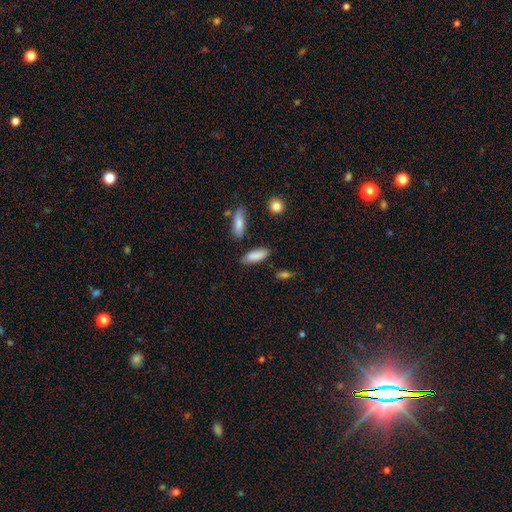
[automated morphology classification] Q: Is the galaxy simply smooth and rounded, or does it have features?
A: smooth — 86%.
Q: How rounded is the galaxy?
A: in between — 69%.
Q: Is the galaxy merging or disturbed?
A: none — 77%.